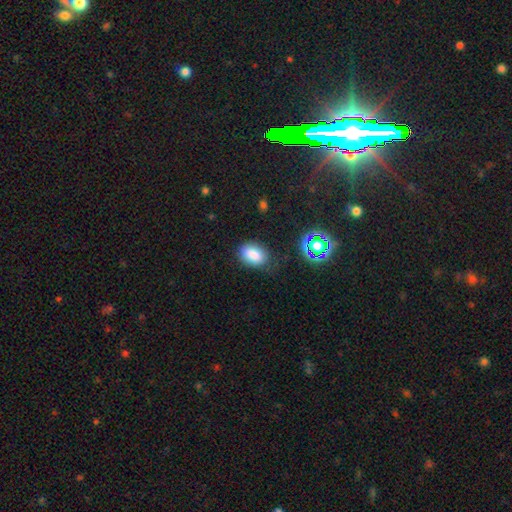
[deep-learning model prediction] Smooth or featured?
  - smooth: 82% *
  - star or artifact: 12%
  - featured or disk: 6%
How rounded?
  - in between: 82% *
  - round: 17%
  - cigar-shaped: 1%
Merging?
  - none: 76% *
  - minor disturbance: 17%
  - major disturbance: 5%
  - merger: 2%